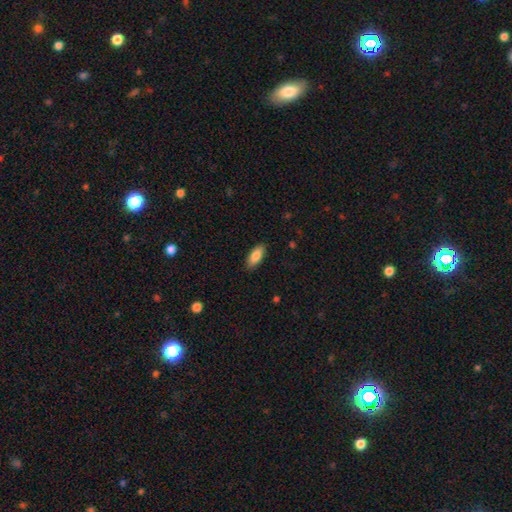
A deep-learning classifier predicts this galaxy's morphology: This appears to be a smooth galaxy with no disk features (85%) that is in between round and cigar-shaped (83%). Merging: none (87%).